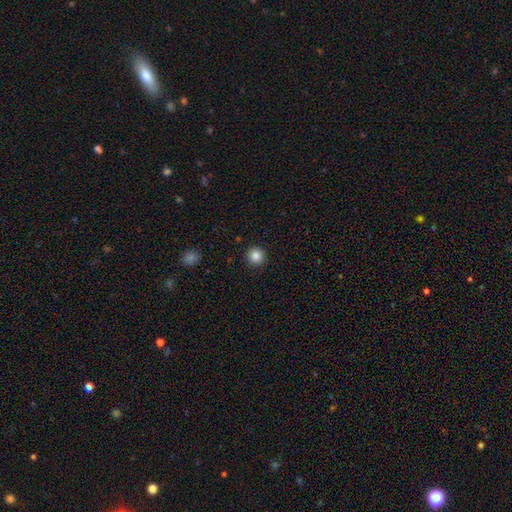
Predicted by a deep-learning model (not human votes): Smooth or featured? Predicted: smooth (p=0.86). How rounded? Predicted: round (p=0.95). Merging? Predicted: none (p=0.92).